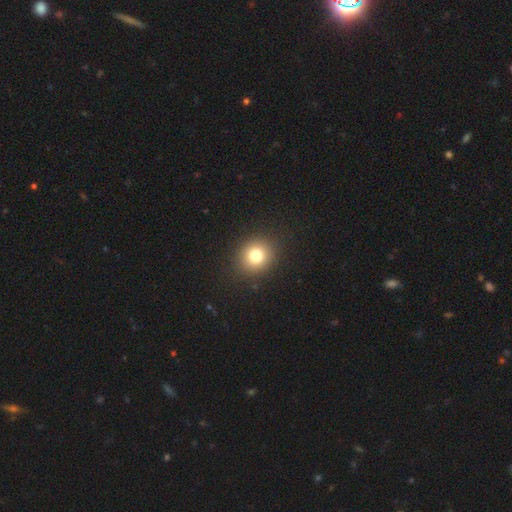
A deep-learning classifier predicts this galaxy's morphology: smooth 78%, star or artifact 13%, featured or disk 9%. Down the decision tree: how rounded — round (81%); merging — none (90%).